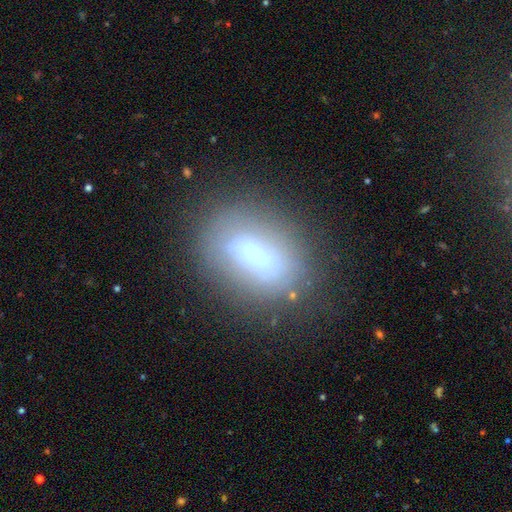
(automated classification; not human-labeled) Q: Smooth or featured?
A: smooth (60%); runner-up: featured or disk (28%)
Q: How rounded?
A: in between (75%); runner-up: round (20%)
Q: Merging?
A: none (72%); runner-up: minor disturbance (17%)